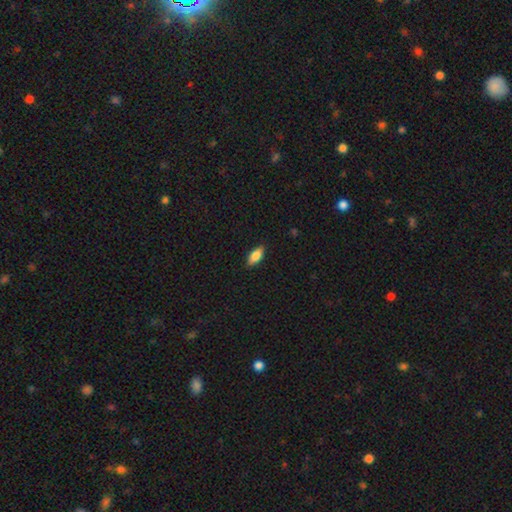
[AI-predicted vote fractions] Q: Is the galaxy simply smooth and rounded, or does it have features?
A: smooth — 82%.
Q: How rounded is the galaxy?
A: in between — 86%.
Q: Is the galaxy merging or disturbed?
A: none — 87%.